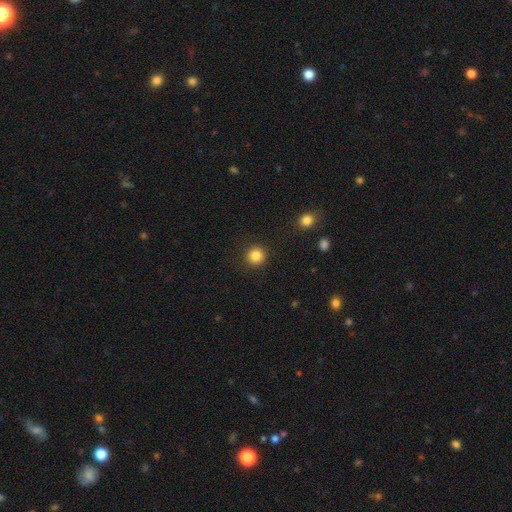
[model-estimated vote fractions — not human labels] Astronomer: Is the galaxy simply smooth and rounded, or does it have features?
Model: smooth — 85%.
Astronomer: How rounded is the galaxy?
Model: round — 94%.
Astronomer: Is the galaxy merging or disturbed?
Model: none — 91%.